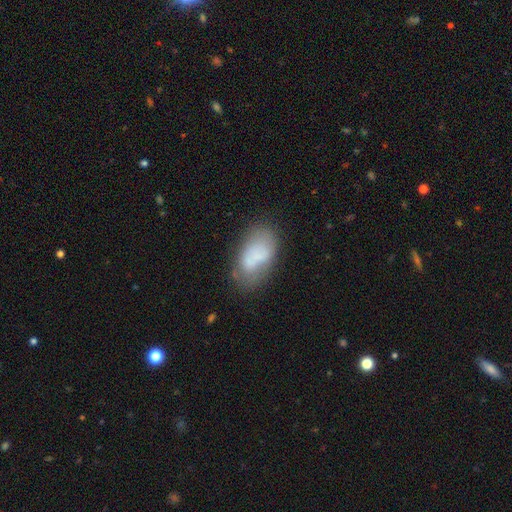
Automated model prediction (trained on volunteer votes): smooth-or-featured: smooth: 64% | featured or disk: 28% | star or artifact: 9%
  how-rounded: in between: 92% | round: 5% | cigar-shaped: 2%
  merging: none: 50% | minor disturbance: 26% | major disturbance: 13% | merger: 11%